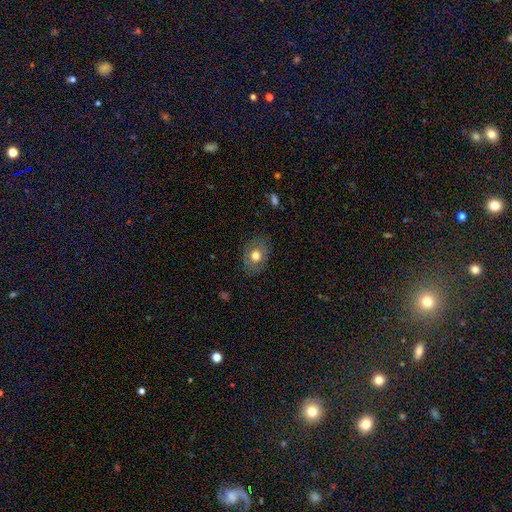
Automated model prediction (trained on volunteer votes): Overall: smooth (67%). How rounded: in between (56%; round 43%). Merging: none (82%).